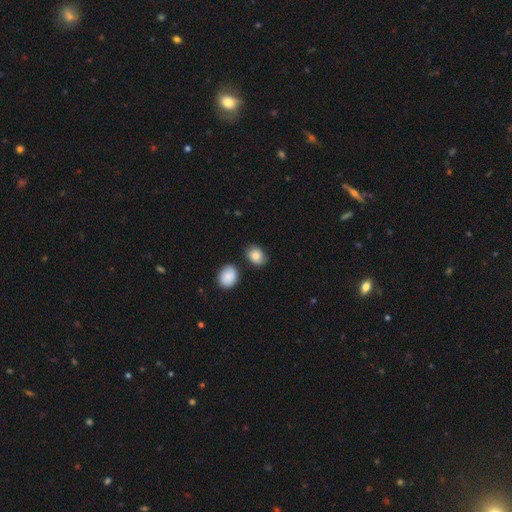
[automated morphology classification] Smooth or featured? smooth (82%)
How rounded? in between (63%)
Merging? none (67%)